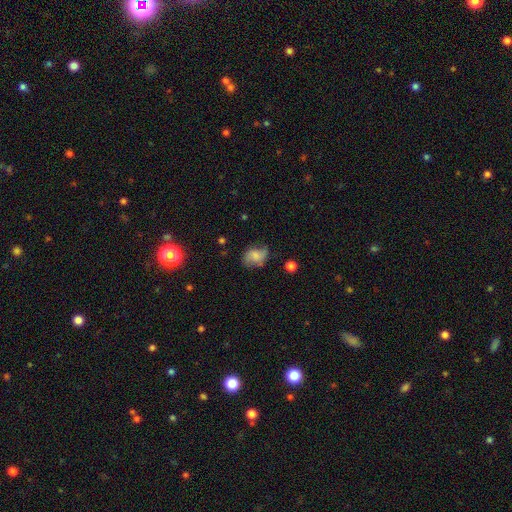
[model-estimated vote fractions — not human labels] This appears to be a smooth galaxy with no disk features (53%) that is in between round and cigar-shaped (69%). Merging: none (58%).